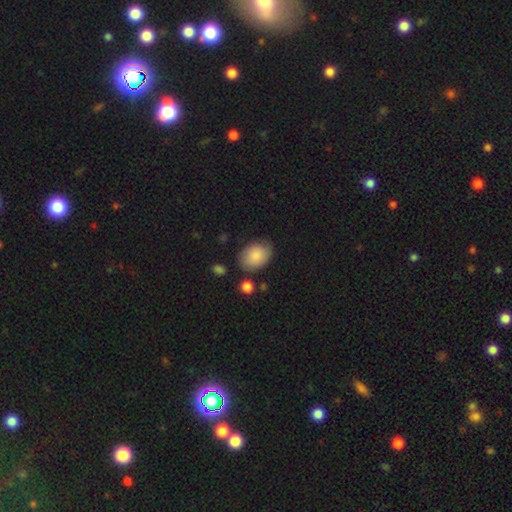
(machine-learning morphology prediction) This is clearly a smooth galaxy (84%). How rounded: likely in between (77%). Merging: likely none (72%).